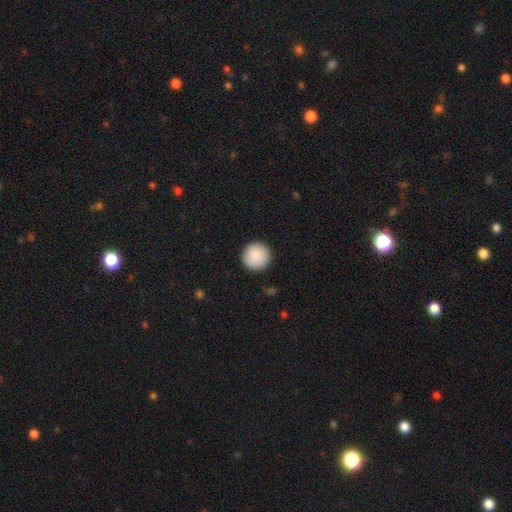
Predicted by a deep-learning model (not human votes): A smooth galaxy with no disk features (90%) that is round (96%).

Vote fractions:
- Smooth or featured? smooth: 90% / star or artifact: 6% / featured or disk: 4%
- How rounded? round: 96% / in between: 3% / cigar-shaped: 1%
- Merging? none: 92% / minor disturbance: 6% / major disturbance: 2% / merger: 1%